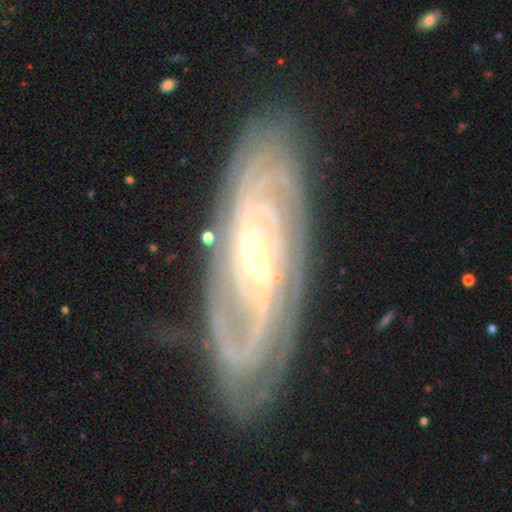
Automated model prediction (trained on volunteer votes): Smooth or featured?
  - featured or disk: 90% *
  - star or artifact: 5%
  - smooth: 5%
Edge-on disk?
  - no: 91% *
  - yes: 9%
Bar?
  - weak: 43% *
  - strong: 29%
  - no: 27%
Spiral arms?
  - yes: 98% *
  - no: 2%
Spiral winding?
  - tight: 64% *
  - medium: 30%
  - loose: 6%
Spiral arm count?
  - 2: 29% *
  - can't tell: 22%
  - 3: 20%
  - 4: 14%
  - more than 4: 9%
  - 1: 7%
Bulge size?
  - small: 63% *
  - moderate: 32%
  - large: 2%
  - none: 2%
  - dominant: 1%
Merging?
  - none: 82% *
  - minor disturbance: 13%
  - major disturbance: 4%
  - merger: 1%